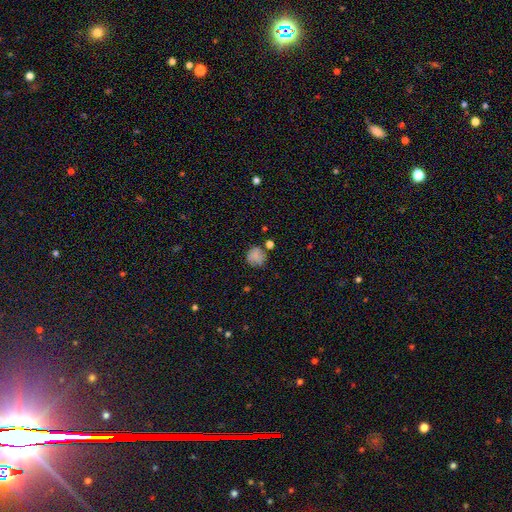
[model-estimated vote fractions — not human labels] A smooth galaxy with no disk features (80%) that is round (86%).

Vote fractions:
- Smooth or featured? smooth: 80% / star or artifact: 12% / featured or disk: 9%
- How rounded? round: 86% / in between: 13% / cigar-shaped: 1%
- Merging? none: 67% / minor disturbance: 19% / merger: 8% / major disturbance: 6%